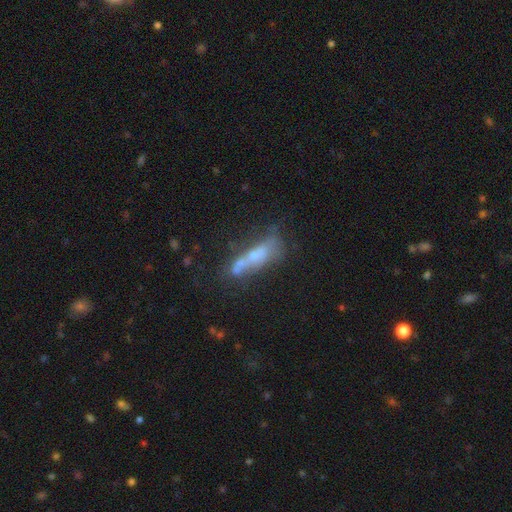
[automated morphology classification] A featured or disk galaxy (47%).

Vote fractions:
- Smooth or featured? featured or disk: 47% / smooth: 41% / star or artifact: 13%
- Merging? none: 36% / merger: 30% / minor disturbance: 19% / major disturbance: 16%